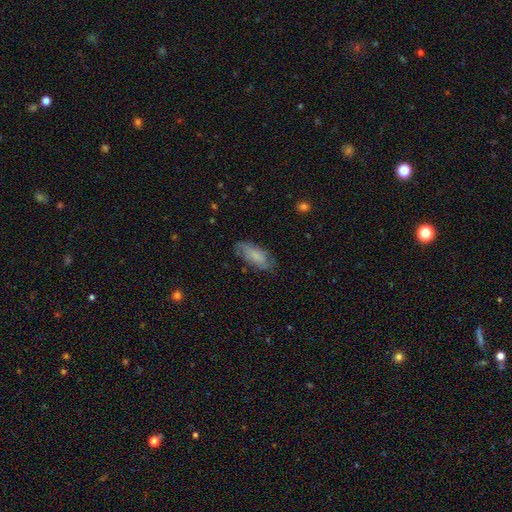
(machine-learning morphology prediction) Q: Smooth or featured?
A: smooth (66%); runner-up: featured or disk (27%)
Q: How rounded?
A: in between (79%); runner-up: cigar-shaped (19%)
Q: Merging?
A: none (73%); runner-up: minor disturbance (20%)